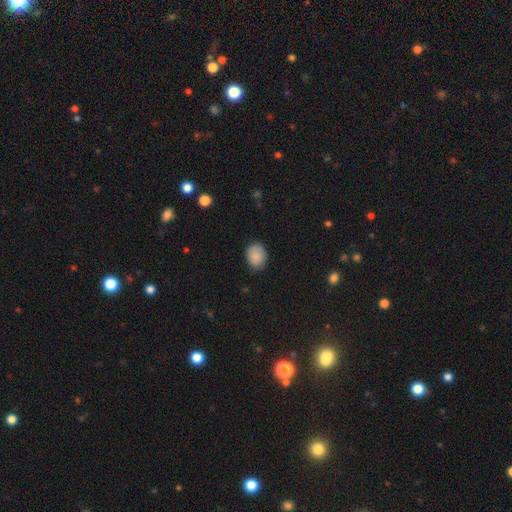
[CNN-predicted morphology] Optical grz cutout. It shows a smooth galaxy with no disk features (87%) that is in between round and cigar-shaped (54%). Merging: none (82%).